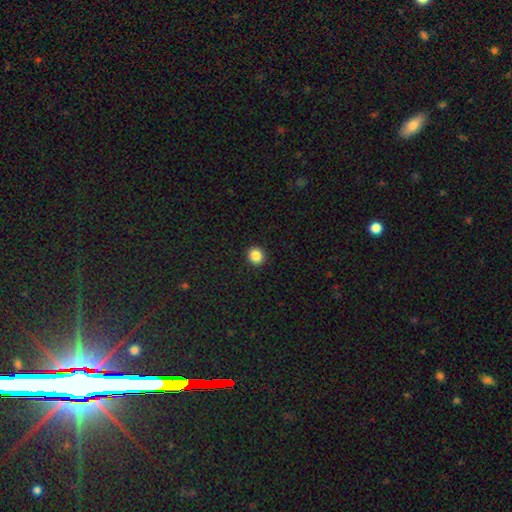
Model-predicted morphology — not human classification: type=smooth (86%); roundness=round (84%); merging=none (93%).